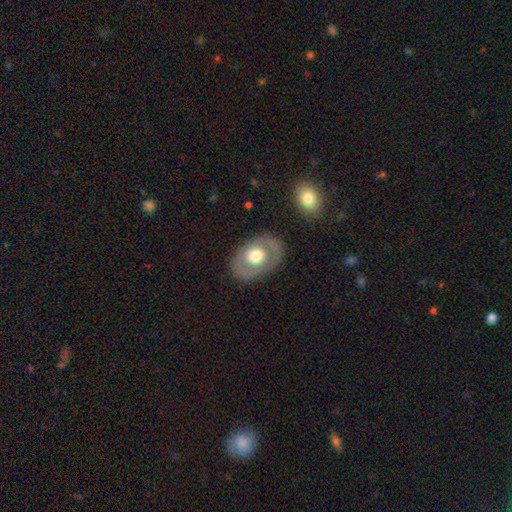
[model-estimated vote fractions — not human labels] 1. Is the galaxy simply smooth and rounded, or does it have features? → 56% featured or disk, 38% smooth, 5% star or artifact.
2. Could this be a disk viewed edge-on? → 93% no, 7% yes.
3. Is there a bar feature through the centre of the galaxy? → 84% no, 12% weak, 3% strong.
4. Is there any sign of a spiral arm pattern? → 72% no, 28% yes.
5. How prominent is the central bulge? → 49% moderate, 42% large, 4% small, 3% dominant, 1% none.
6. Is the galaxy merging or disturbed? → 82% none, 11% minor disturbance, 5% major disturbance, 1% merger.